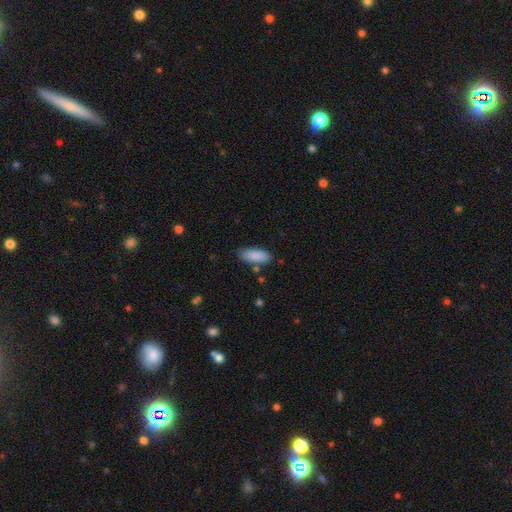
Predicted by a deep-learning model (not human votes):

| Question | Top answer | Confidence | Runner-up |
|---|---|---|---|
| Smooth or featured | smooth | 89% | star or artifact (6%) |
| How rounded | in between | 75% | cigar-shaped (23%) |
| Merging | none | 81% | minor disturbance (13%) |